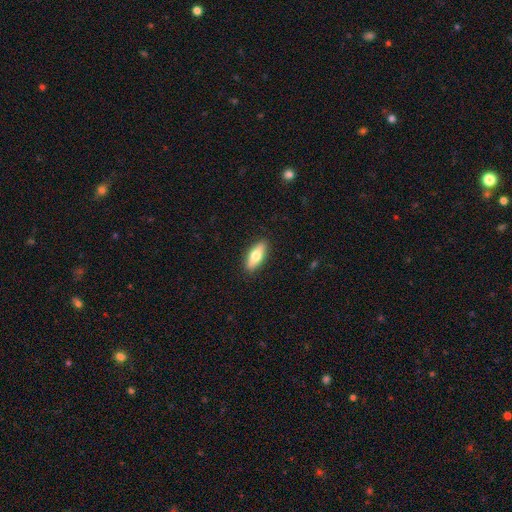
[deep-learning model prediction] smooth-or-featured: smooth: 67% | featured or disk: 27% | star or artifact: 6%
  how-rounded: in between: 67% | cigar-shaped: 31% | round: 3%
  merging: none: 89% | minor disturbance: 8% | major disturbance: 2% | merger: 1%